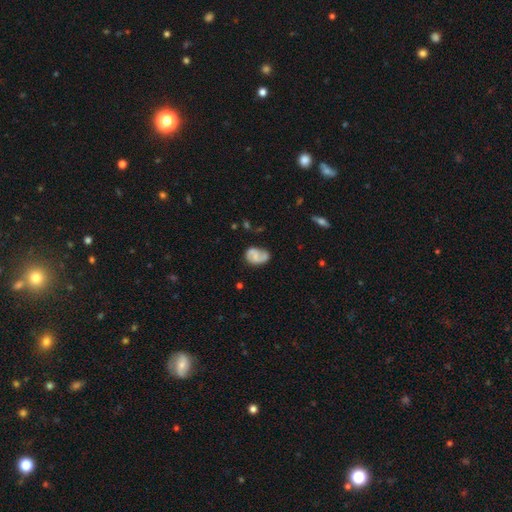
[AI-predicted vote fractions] smooth_or_featured: featured or disk (p=0.56) [alt: smooth p=0.36]
disk_edge_on: no (p=0.97) [alt: yes p=0.03]
bar: no (p=0.58) [alt: weak p=0.34]
has_spiral_arms: yes (p=0.80) [alt: no p=0.20]
bulge_size: none (p=0.39) [alt: small p=0.38]
merging: none (p=0.55) [alt: minor disturbance p=0.27]